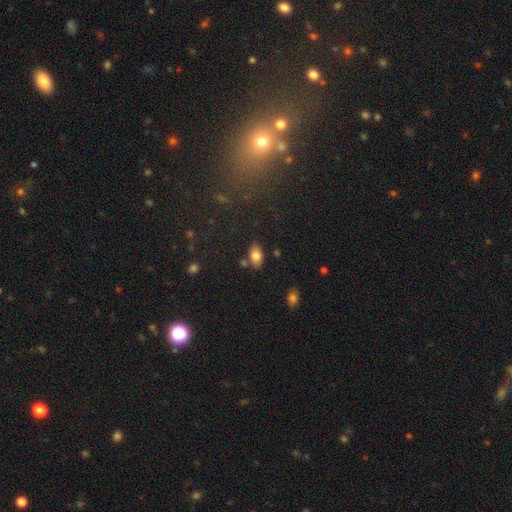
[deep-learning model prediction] The model was most divided on "merging": none: 77%, minor disturbance: 12%, merger: 8%, major disturbance: 3%. More confident: how rounded — in between (92%); smooth or featured — smooth (80%).